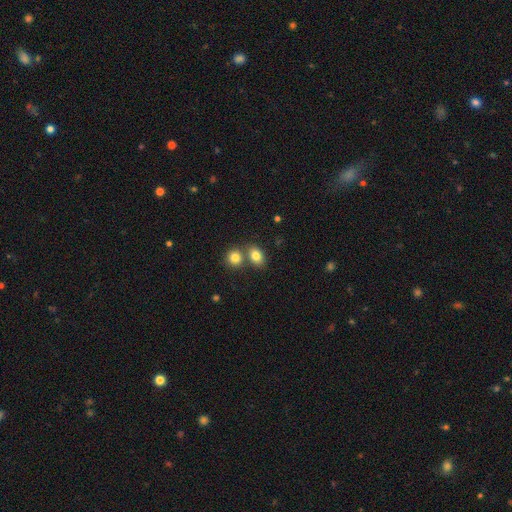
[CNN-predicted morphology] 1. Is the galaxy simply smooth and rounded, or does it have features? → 81% smooth, 10% star or artifact, 8% featured or disk.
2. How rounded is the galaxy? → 66% in between, 33% round, 1% cigar-shaped.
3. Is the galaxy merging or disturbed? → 55% none, 33% merger, 9% minor disturbance, 3% major disturbance.